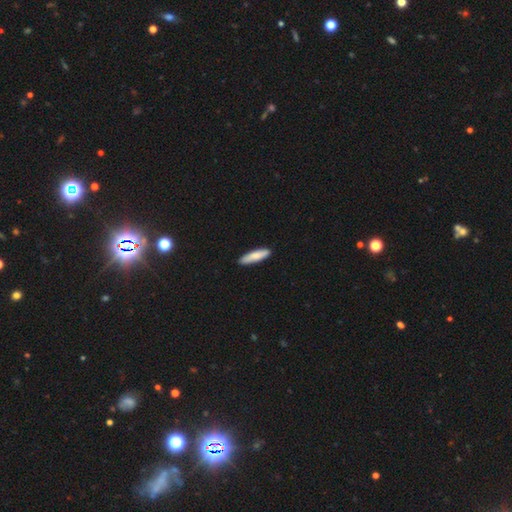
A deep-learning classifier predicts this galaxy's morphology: smooth_or_featured: smooth (p=0.80) [alt: featured or disk p=0.15]
how_rounded: cigar-shaped (p=0.79) [alt: in between p=0.20]
merging: none (p=0.90) [alt: minor disturbance p=0.07]